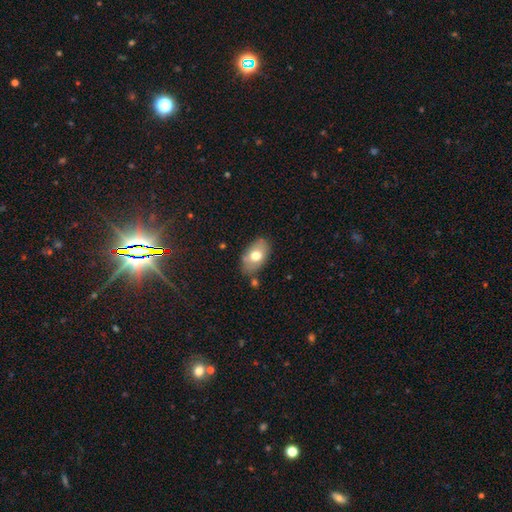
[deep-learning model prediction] The model was most divided on "smooth or featured": smooth: 71%, featured or disk: 22%, star or artifact: 7%. More confident: how rounded — in between (91%); merging — none (76%).